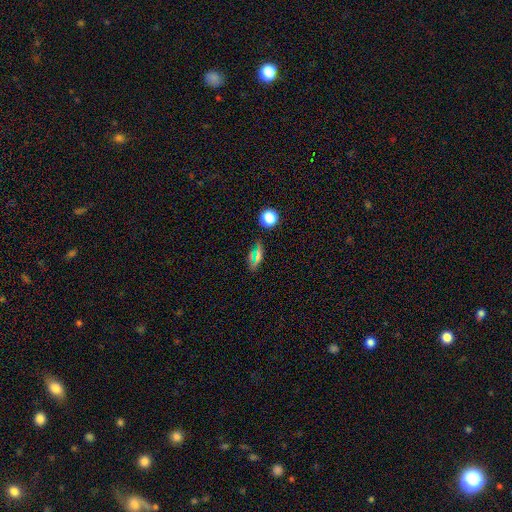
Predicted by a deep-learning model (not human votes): Smooth or featured?
  - smooth: 54% *
  - star or artifact: 28%
  - featured or disk: 17%
How rounded?
  - in between: 60% *
  - cigar-shaped: 23%
  - round: 17%
Merging?
  - none: 81% *
  - minor disturbance: 11%
  - major disturbance: 4%
  - merger: 3%